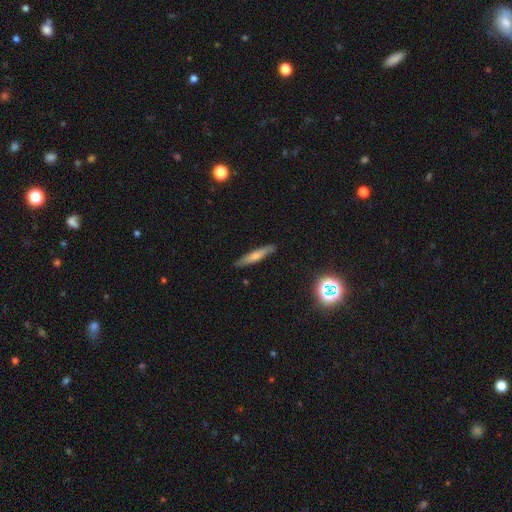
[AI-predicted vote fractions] A smooth galaxy with no disk features (57%) that is cigar-shaped (89%).

Vote fractions:
- Smooth or featured? smooth: 57% / featured or disk: 36% / star or artifact: 8%
- How rounded? cigar-shaped: 89% / in between: 10% / round: 2%
- Merging? none: 85% / minor disturbance: 11% / major disturbance: 2% / merger: 1%